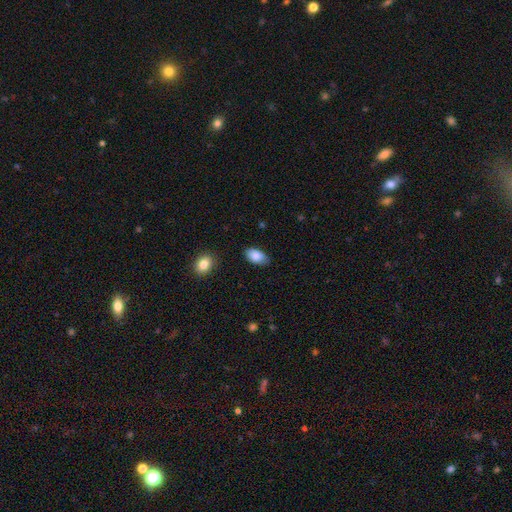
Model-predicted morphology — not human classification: smooth_or_featured: smooth (p=0.86) [alt: star or artifact p=0.07]
how_rounded: in between (p=0.94) [alt: round p=0.04]
merging: none (p=0.81) [alt: minor disturbance p=0.15]